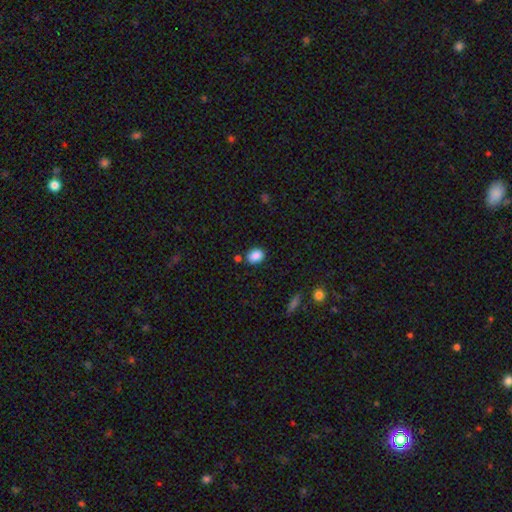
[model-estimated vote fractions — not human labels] Smooth or featured? smooth (87%)
How rounded? in between (68%)
Merging? none (80%)